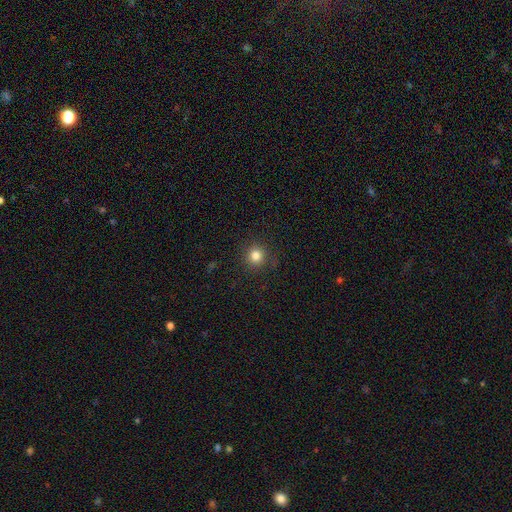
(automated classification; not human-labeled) Morphology: type=smooth (82%); roundness=round (94%); merging=none (90%).